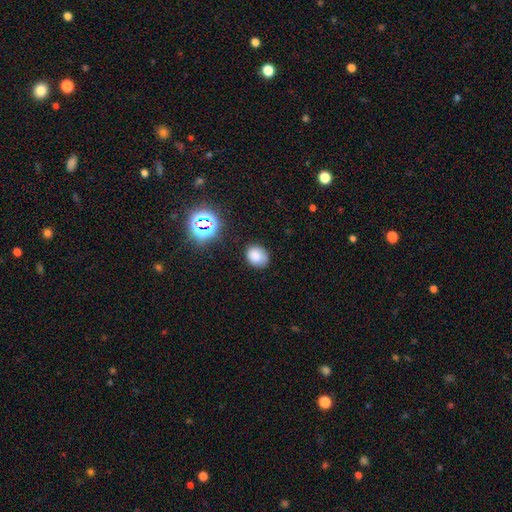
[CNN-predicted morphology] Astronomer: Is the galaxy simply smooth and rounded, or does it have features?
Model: smooth — 80%.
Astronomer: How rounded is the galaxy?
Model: in between — 52% (runner-up: round, 47%).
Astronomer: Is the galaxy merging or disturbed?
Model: none — 78%.